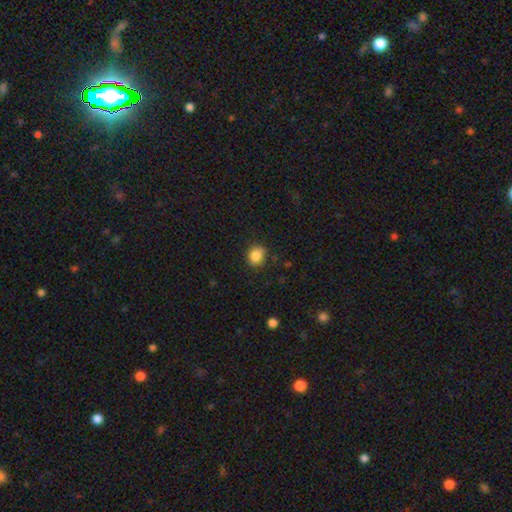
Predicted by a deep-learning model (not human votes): Smooth or featured? Predicted: smooth (p=0.86). How rounded? Predicted: round (p=0.77). Merging? Predicted: none (p=0.81).